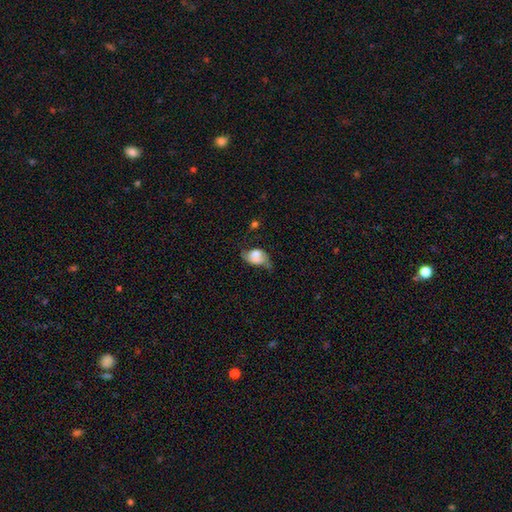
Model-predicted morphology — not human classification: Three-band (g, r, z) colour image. It shows a smooth galaxy with no disk features (54%) that is in between round and cigar-shaped (80%). Merging: minor disturbance (32%).